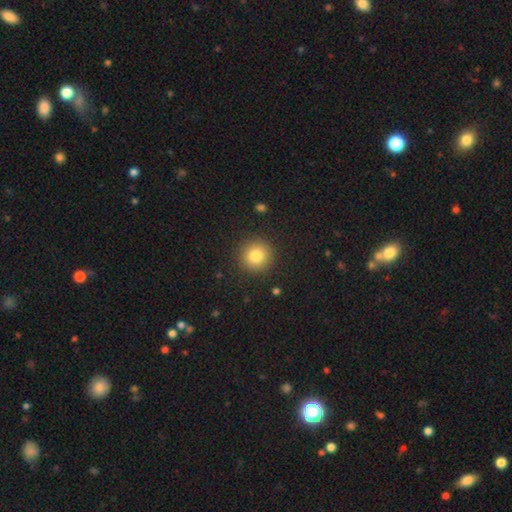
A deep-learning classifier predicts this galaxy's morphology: A smooth galaxy with no disk features (83%) that is round (93%).

Vote fractions:
- Smooth or featured? smooth: 83% / star or artifact: 10% / featured or disk: 7%
- How rounded? round: 93% / in between: 6% / cigar-shaped: 1%
- Merging? none: 90% / minor disturbance: 6% / major disturbance: 2% / merger: 1%